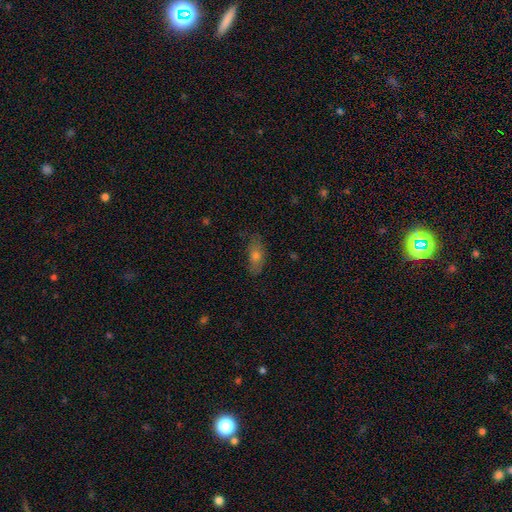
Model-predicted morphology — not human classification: A smooth galaxy with no disk features (63%) that is in between round and cigar-shaped (81%).

Vote fractions:
- Smooth or featured? smooth: 63% / featured or disk: 25% / star or artifact: 11%
- How rounded? in between: 81% / cigar-shaped: 13% / round: 6%
- Merging? none: 76% / minor disturbance: 19% / major disturbance: 4% / merger: 1%